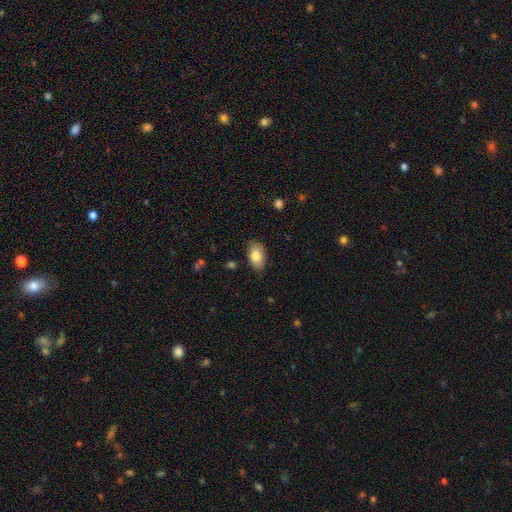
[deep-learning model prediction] A smooth galaxy with no disk features (82%) that is in between round and cigar-shaped (91%).

Vote fractions:
- Smooth or featured? smooth: 82% / featured or disk: 11% / star or artifact: 7%
- How rounded? in between: 91% / round: 7% / cigar-shaped: 1%
- Merging? none: 82% / minor disturbance: 14% / major disturbance: 3% / merger: 1%